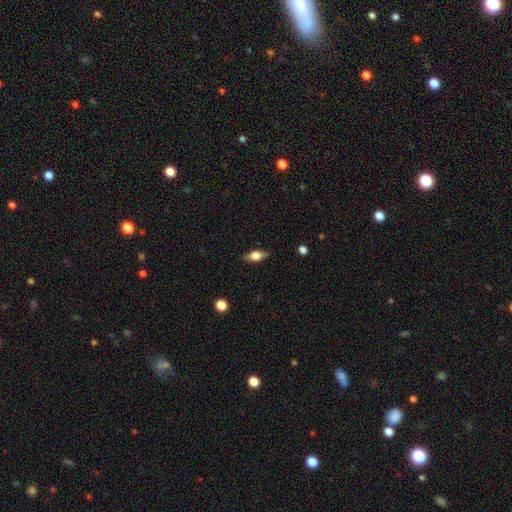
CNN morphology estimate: smooth-or-featured: smooth: 54% | featured or disk: 38% | star or artifact: 8%
  how-rounded: in between: 76% | cigar-shaped: 19% | round: 6%
  merging: none: 85% | minor disturbance: 11% | major disturbance: 3% | merger: 1%